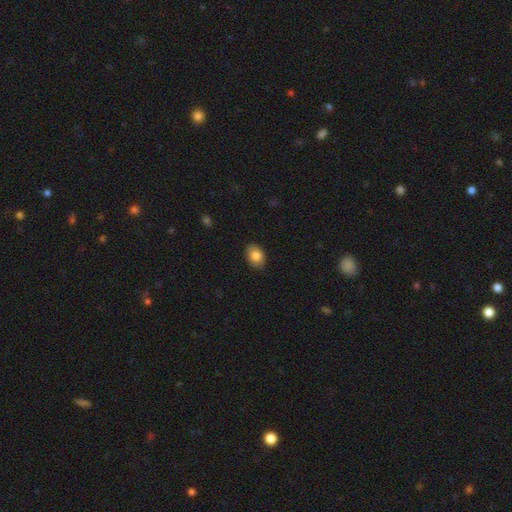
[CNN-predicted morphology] A smooth galaxy with no disk features (83%) that is in between round and cigar-shaped (77%).

Vote fractions:
- Smooth or featured? smooth: 83% / featured or disk: 10% / star or artifact: 8%
- How rounded? in between: 77% / round: 22% / cigar-shaped: 1%
- Merging? none: 87% / minor disturbance: 10% / major disturbance: 2% / merger: 1%